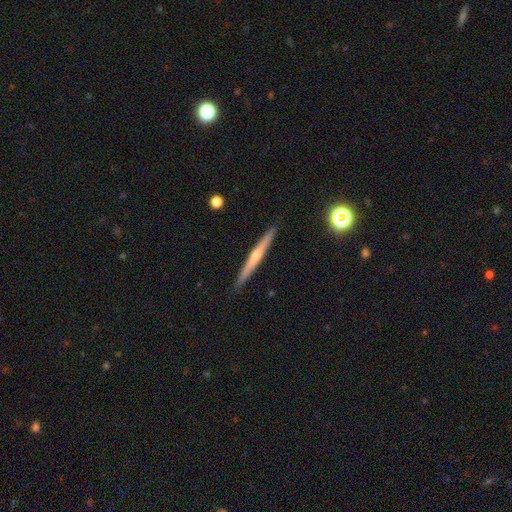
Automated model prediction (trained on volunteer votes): Overall: featured or disk (68%). Edge-on disk: yes (98%). Edge-on bulge: rounded (70%). Merging: none (91%).